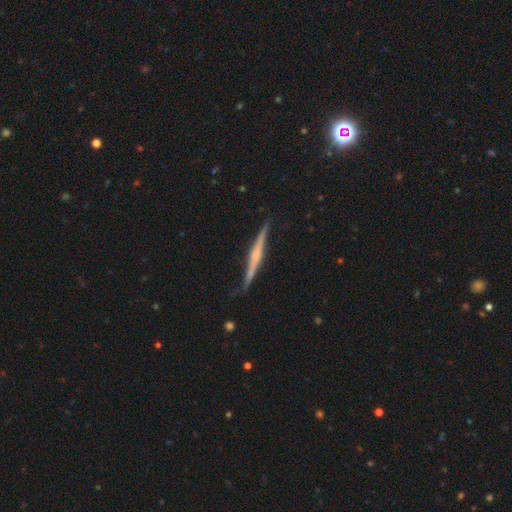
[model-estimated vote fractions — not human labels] A featured or disk galaxy (75%) viewed edge-on (97%) with a rounded central bulge (50%).

Vote fractions:
- Smooth or featured? featured or disk: 75% / smooth: 19% / star or artifact: 6%
- Edge-on disk? yes: 97% / no: 3%
- Edge-on bulge? rounded: 50% / none: 28% / boxy: 22%
- Merging? none: 78% / minor disturbance: 16% / major disturbance: 3% / merger: 2%